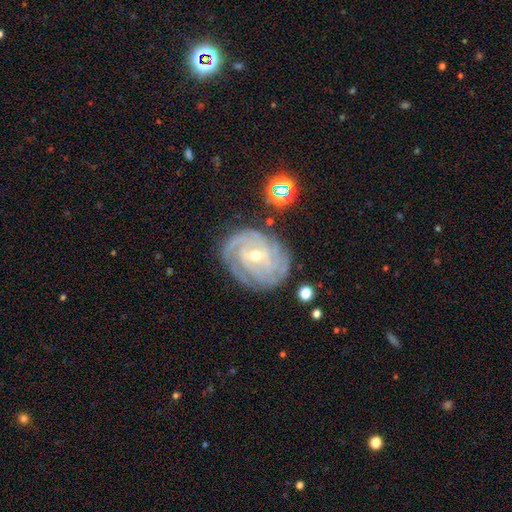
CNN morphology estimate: type=featured or disk (88%); edge-on=no (97%); bar=weak (50%); spiral arms=yes (97%); winding=tight (78%); arm count=3 (27%); bulge=moderate (50%); merging=none (78%).